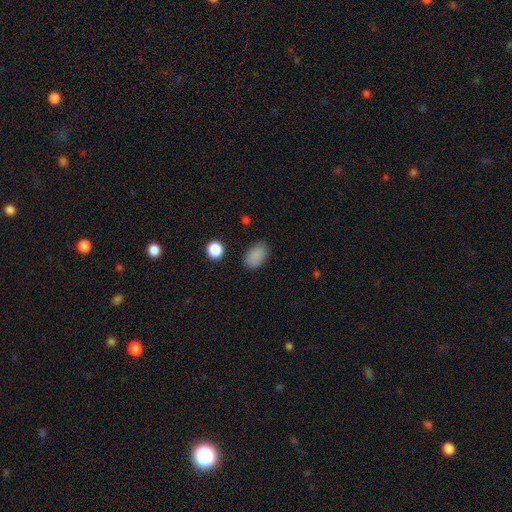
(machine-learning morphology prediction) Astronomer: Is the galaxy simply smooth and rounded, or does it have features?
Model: smooth — 87%.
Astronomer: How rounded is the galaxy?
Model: in between — 88%.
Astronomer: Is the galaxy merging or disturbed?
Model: none — 85%.